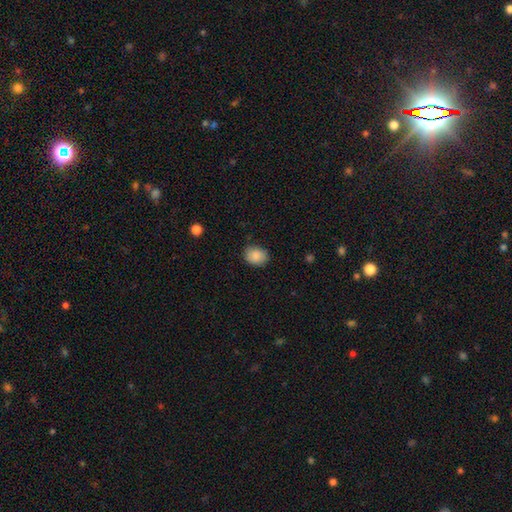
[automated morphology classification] A smooth galaxy with no disk features (88%) that is round (52%).

Vote fractions:
- Smooth or featured? smooth: 88% / star or artifact: 8% / featured or disk: 4%
- How rounded? round: 52% / in between: 48% / cigar-shaped: 1%
- Merging? none: 82% / minor disturbance: 14% / major disturbance: 3% / merger: 1%